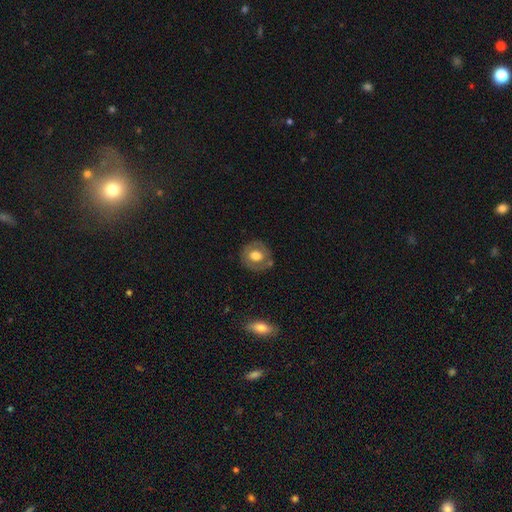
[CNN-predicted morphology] Smooth or featured? smooth (57%)
How rounded? round (82%)
Merging? none (78%)